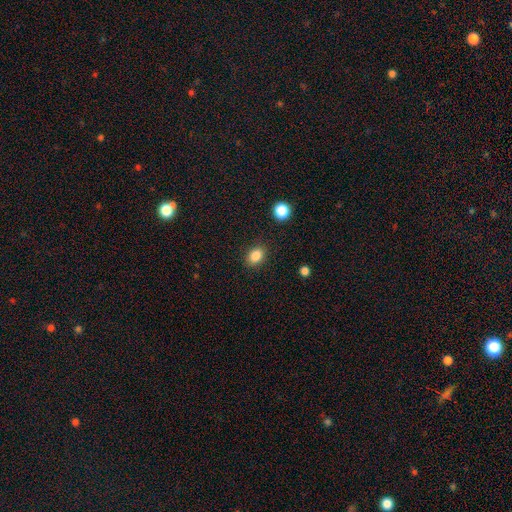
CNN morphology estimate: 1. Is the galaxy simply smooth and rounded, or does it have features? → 85% smooth, 10% star or artifact, 5% featured or disk.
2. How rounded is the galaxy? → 62% in between, 37% round, 1% cigar-shaped.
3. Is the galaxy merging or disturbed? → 86% none, 9% minor disturbance, 3% major disturbance, 2% merger.